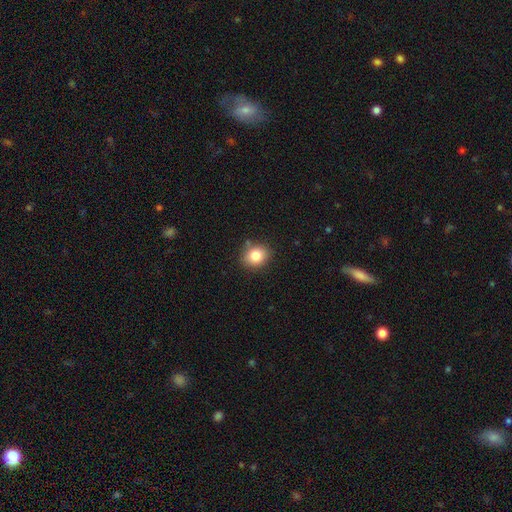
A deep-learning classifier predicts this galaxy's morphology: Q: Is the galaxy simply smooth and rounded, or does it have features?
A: smooth — 82%.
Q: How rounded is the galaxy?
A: round — 67%.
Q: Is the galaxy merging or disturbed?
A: none — 84%.